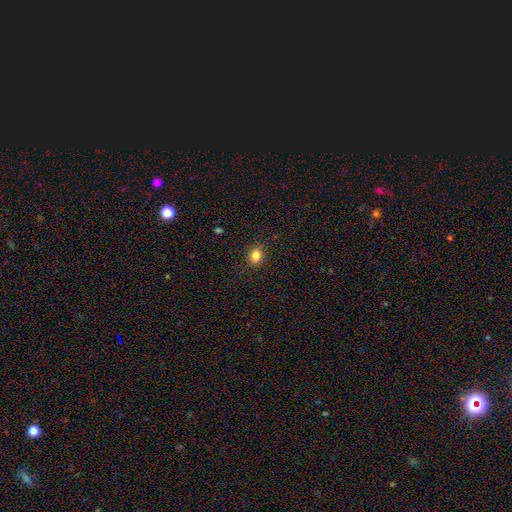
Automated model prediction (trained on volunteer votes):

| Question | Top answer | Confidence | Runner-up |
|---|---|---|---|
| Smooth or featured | smooth | 83% | star or artifact (12%) |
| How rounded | round | 65% | in between (34%) |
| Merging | none | 88% | minor disturbance (8%) |